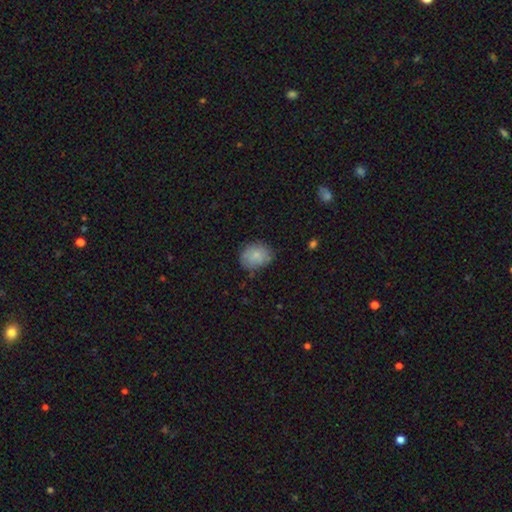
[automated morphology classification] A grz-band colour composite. It shows a smooth galaxy with no disk features (82%) that is round (51%). Merging: none (74%).